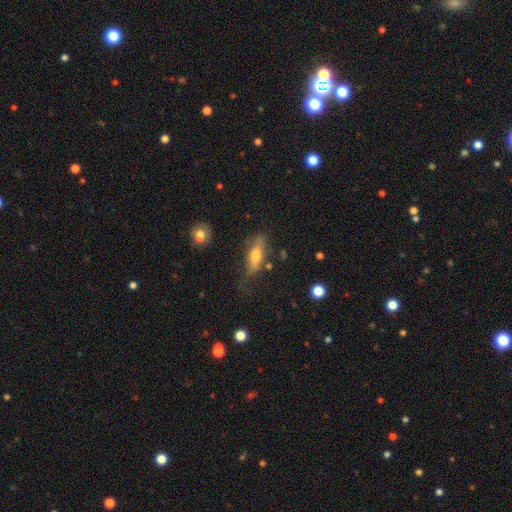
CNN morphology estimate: This appears to be a smooth galaxy with no disk features (55%) that is in between round and cigar-shaped (53%). Merging: none (61%).